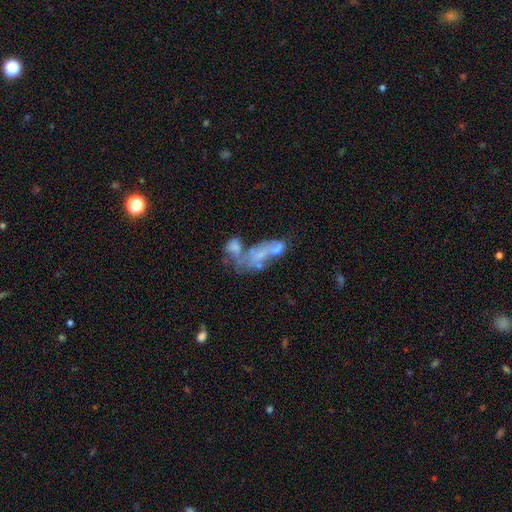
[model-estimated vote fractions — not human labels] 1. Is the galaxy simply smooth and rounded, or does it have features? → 46% featured or disk, 41% smooth, 13% star or artifact.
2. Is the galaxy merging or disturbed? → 57% merger, 18% major disturbance, 15% none, 10% minor disturbance.